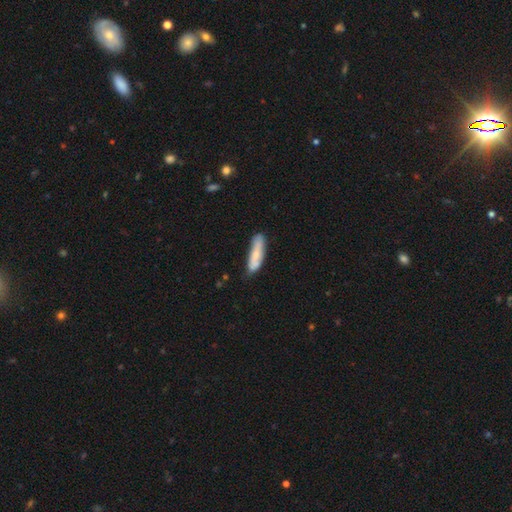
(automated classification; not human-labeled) smooth 71%, featured or disk 23%, star or artifact 6%. Down the decision tree: how rounded — cigar-shaped (69%); merging — none (71%).